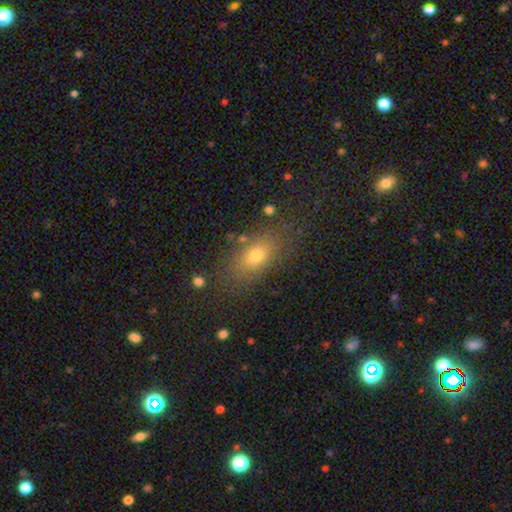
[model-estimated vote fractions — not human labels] A smooth galaxy with no disk features (72%) that is in between round and cigar-shaped (81%).

Vote fractions:
- Smooth or featured? smooth: 72% / featured or disk: 16% / star or artifact: 13%
- How rounded? in between: 81% / round: 10% / cigar-shaped: 10%
- Merging? none: 77% / minor disturbance: 14% / major disturbance: 6% / merger: 3%